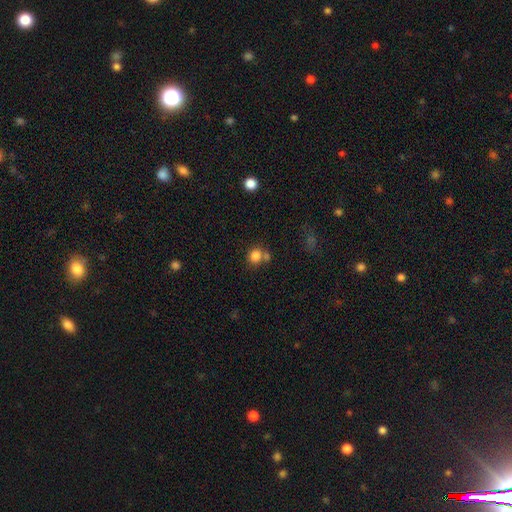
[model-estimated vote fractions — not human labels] This appears to be a smooth galaxy with no disk features (82%) that is round (81%). Merging: none (56%).